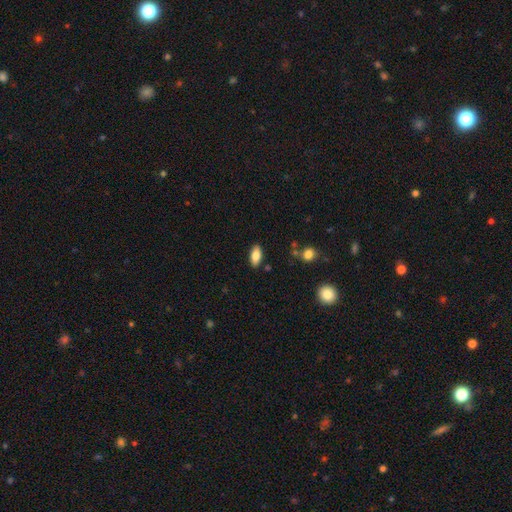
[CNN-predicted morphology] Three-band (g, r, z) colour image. It shows a smooth galaxy with no disk features (80%) that is in between round and cigar-shaped (87%). Merging: none (86%).